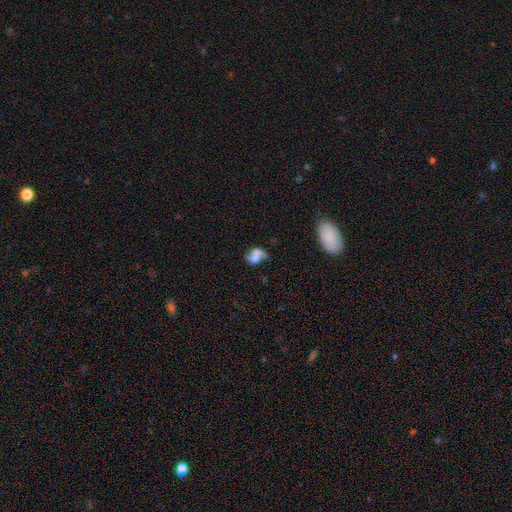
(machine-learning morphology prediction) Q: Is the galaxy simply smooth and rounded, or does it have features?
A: smooth — 46%.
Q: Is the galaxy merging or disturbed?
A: none — 34%.